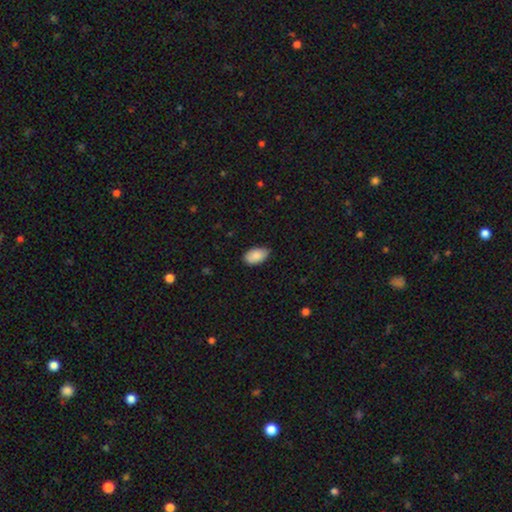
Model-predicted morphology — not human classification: Overall: smooth (88%). How rounded: in between (94%). Merging: none (74%).